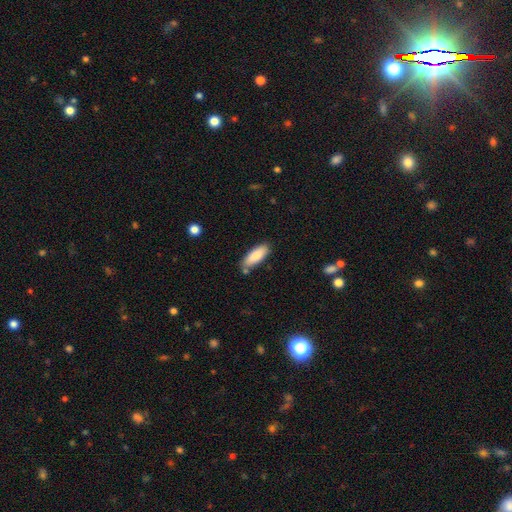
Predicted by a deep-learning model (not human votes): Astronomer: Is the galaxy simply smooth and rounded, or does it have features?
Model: smooth — 85%.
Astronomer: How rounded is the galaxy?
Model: in between — 67%.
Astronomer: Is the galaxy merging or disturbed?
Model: none — 76%.